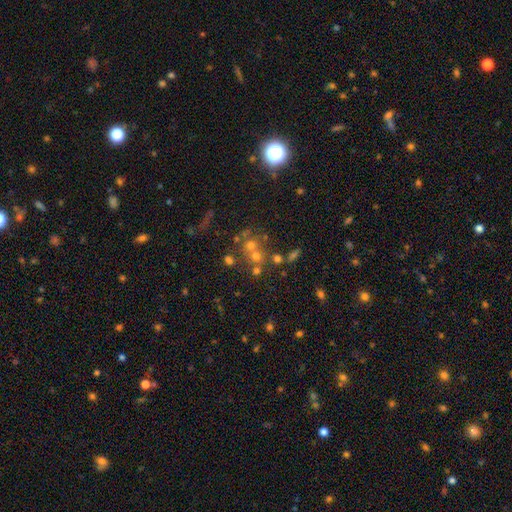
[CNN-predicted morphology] Q: Smooth or featured?
A: star or artifact (45%); runner-up: smooth (34%)